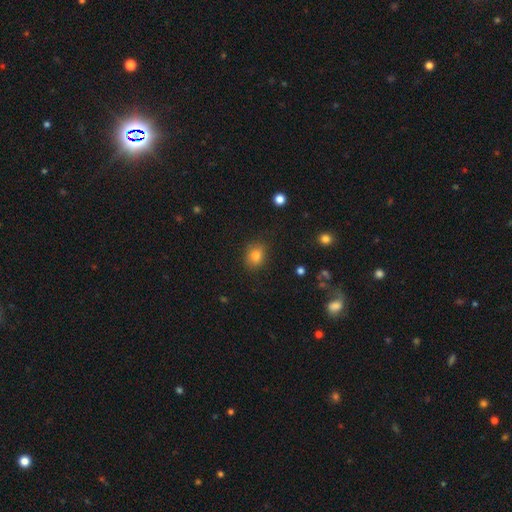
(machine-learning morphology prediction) This appears to be a smooth galaxy with no disk features (82%) that is in between round and cigar-shaped (60%). Merging: none (80%).